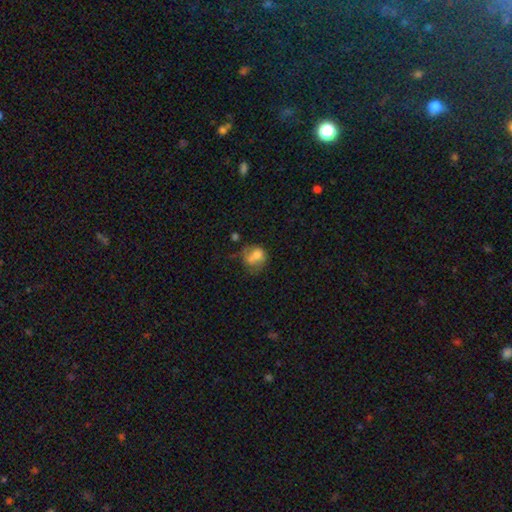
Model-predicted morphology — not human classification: The model was most divided on "merging": none: 32%, merger: 26%, minor disturbance: 22%, major disturbance: 20%. More confident: smooth or featured — smooth (66%); how rounded — round (60%).